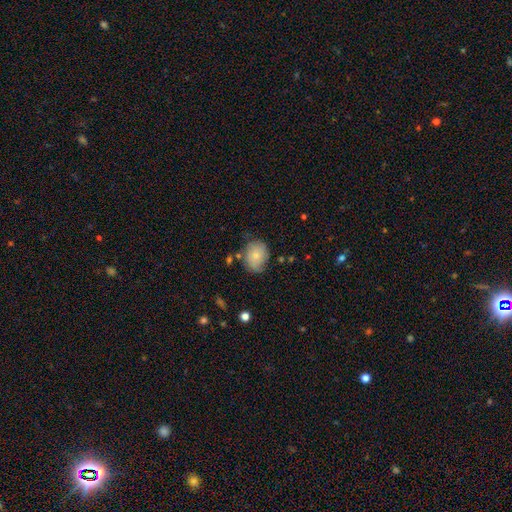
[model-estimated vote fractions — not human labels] Overall: smooth (72%). How rounded: round (51%; in between 48%). Merging: none (66%).